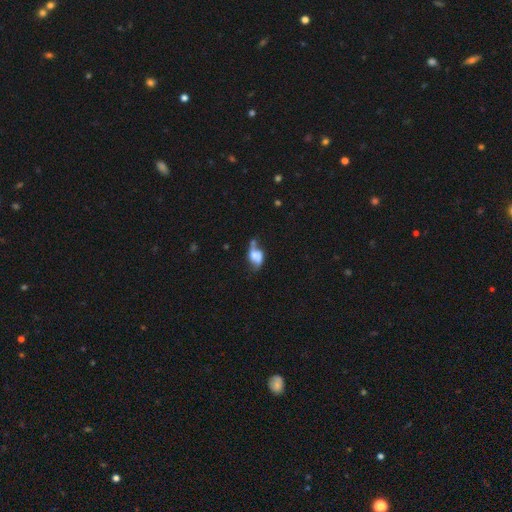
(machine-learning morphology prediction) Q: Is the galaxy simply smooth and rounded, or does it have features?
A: featured or disk — 51%.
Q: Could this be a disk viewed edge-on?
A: no — 93%.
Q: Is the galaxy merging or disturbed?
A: none — 31%.